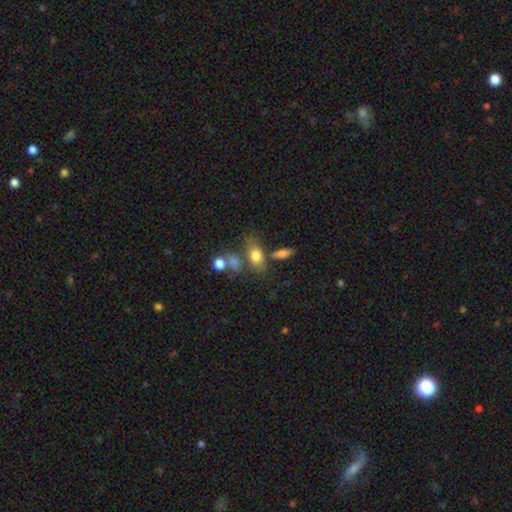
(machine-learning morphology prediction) A smooth galaxy with no disk features (74%) that is in between round and cigar-shaped (76%). Merging: none (48%).